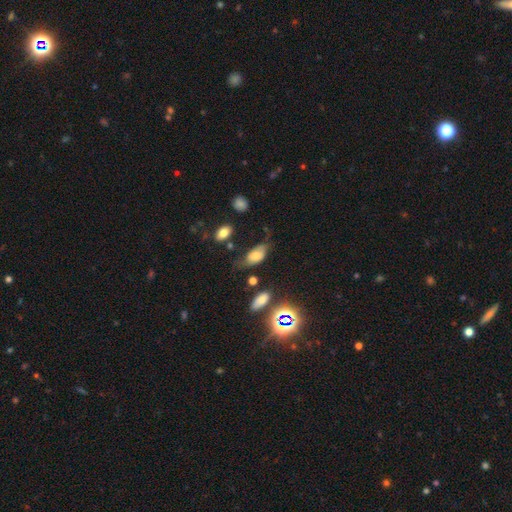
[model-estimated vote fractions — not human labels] A smooth galaxy with no disk features (67%) that is in between round and cigar-shaped (91%). Merging: none (43%).